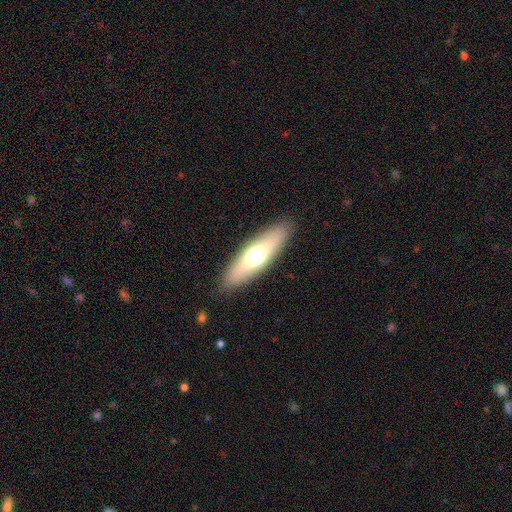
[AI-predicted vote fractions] Q: Smooth or featured?
A: smooth (59%); runner-up: featured or disk (33%)
Q: How rounded?
A: cigar-shaped (50%); runner-up: in between (47%)
Q: Merging?
A: none (88%); runner-up: minor disturbance (8%)